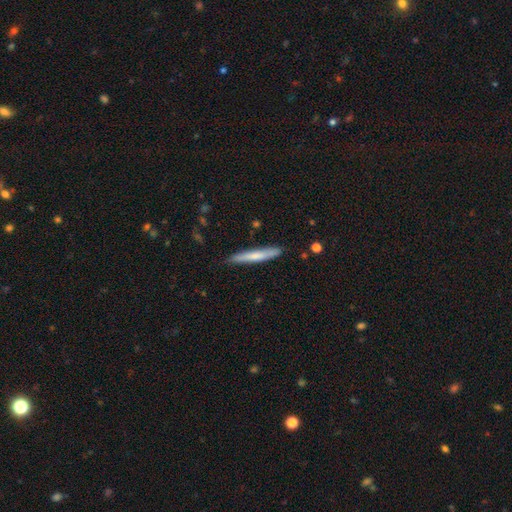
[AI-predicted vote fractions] A smooth galaxy with no disk features (65%) that is cigar-shaped (95%). Merging: none (85%).